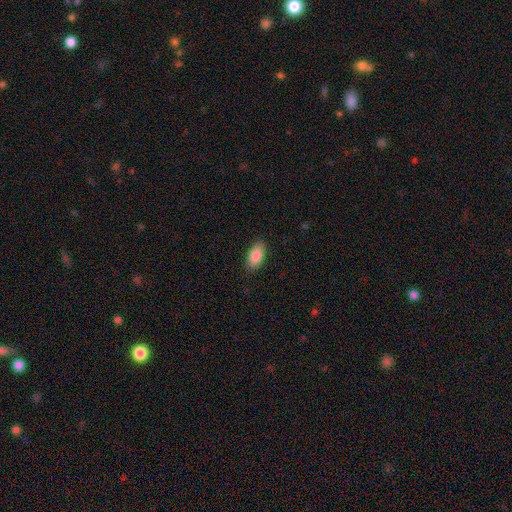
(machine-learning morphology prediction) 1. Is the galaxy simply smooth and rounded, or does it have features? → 88% smooth, 6% star or artifact, 6% featured or disk.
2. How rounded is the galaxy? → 93% in between, 4% cigar-shaped, 3% round.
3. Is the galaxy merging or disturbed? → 86% none, 11% minor disturbance, 2% major disturbance, 1% merger.